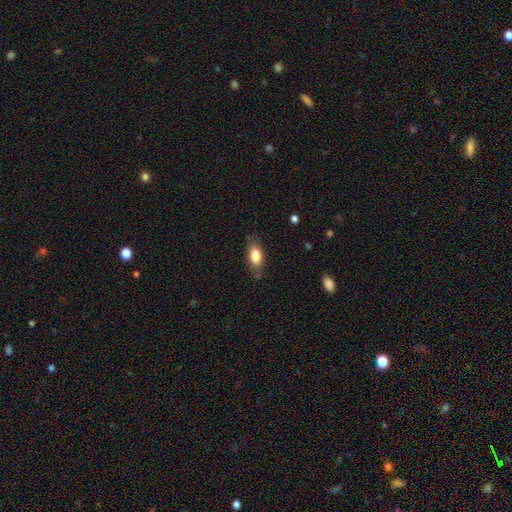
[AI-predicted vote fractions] A smooth galaxy with no disk features (79%) that is in between round and cigar-shaped (84%).

Vote fractions:
- Smooth or featured? smooth: 79% / featured or disk: 14% / star or artifact: 7%
- How rounded? in between: 84% / cigar-shaped: 11% / round: 4%
- Merging? none: 77% / minor disturbance: 17% / major disturbance: 4% / merger: 2%